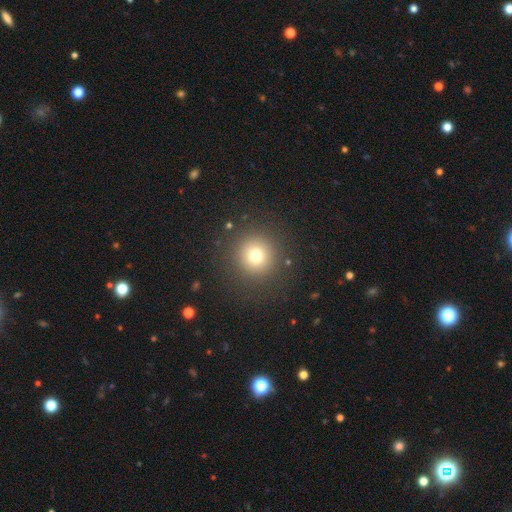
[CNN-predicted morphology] Smooth or featured?
  - smooth: 74% *
  - star or artifact: 17%
  - featured or disk: 10%
How rounded?
  - round: 95% *
  - in between: 4%
  - cigar-shaped: 1%
Merging?
  - none: 89% *
  - minor disturbance: 6%
  - major disturbance: 4%
  - merger: 1%